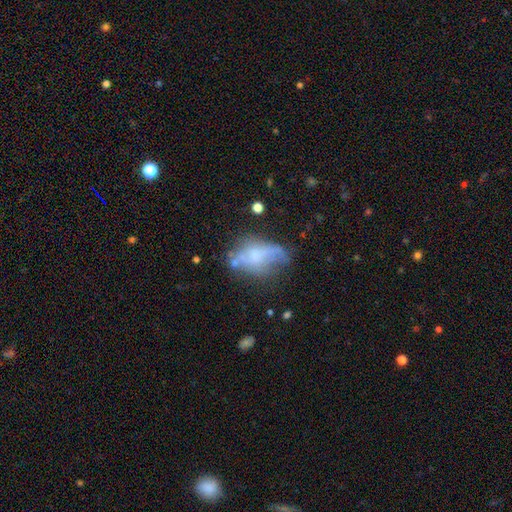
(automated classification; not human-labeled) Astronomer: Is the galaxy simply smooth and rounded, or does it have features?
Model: featured or disk — 46% (runner-up: smooth, 43%).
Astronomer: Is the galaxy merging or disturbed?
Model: none — 37% (runner-up: minor disturbance, 30%).